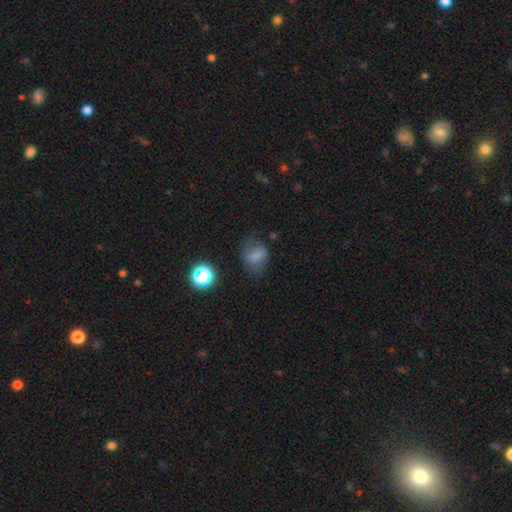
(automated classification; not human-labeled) Smooth or featured?
  - smooth: 68% *
  - featured or disk: 16%
  - star or artifact: 16%
How rounded?
  - in between: 60% *
  - round: 38%
  - cigar-shaped: 2%
Merging?
  - none: 54% *
  - minor disturbance: 26%
  - major disturbance: 17%
  - merger: 3%